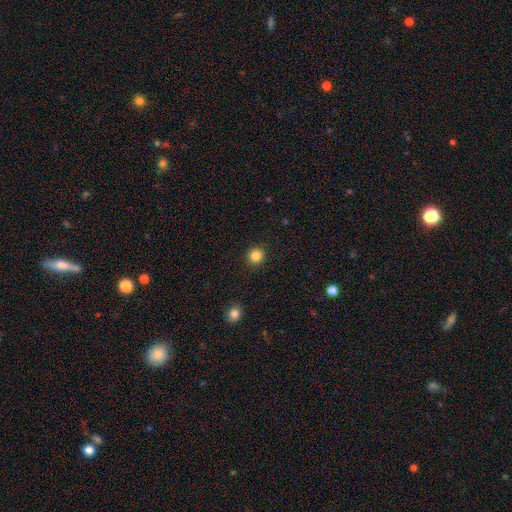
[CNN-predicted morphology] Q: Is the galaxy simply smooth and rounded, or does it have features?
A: smooth — 85%.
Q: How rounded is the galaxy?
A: round — 94%.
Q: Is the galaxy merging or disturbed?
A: none — 93%.